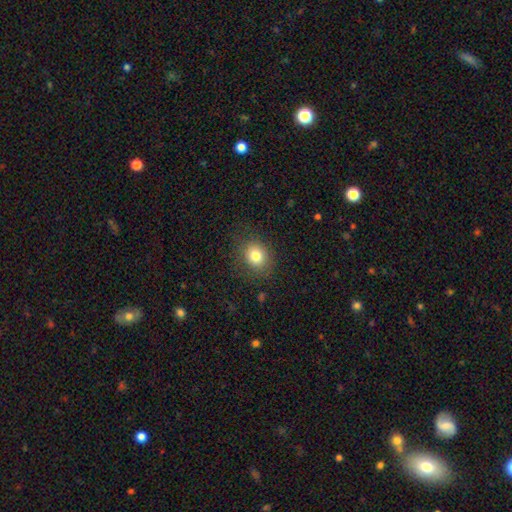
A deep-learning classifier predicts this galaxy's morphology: Smooth or featured? Predicted: smooth (p=0.80). How rounded? Predicted: round (p=0.64). Merging? Predicted: none (p=0.83).